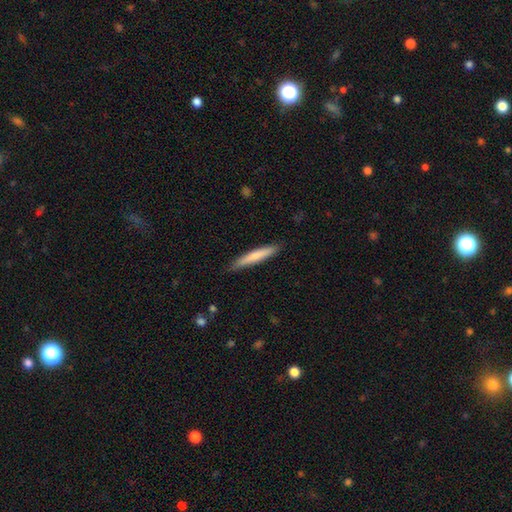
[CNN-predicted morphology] smooth-or-featured: smooth: 73% | featured or disk: 22% | star or artifact: 5%
  how-rounded: cigar-shaped: 94% | in between: 5% | round: 1%
  merging: none: 88% | minor disturbance: 10% | major disturbance: 2% | merger: 1%